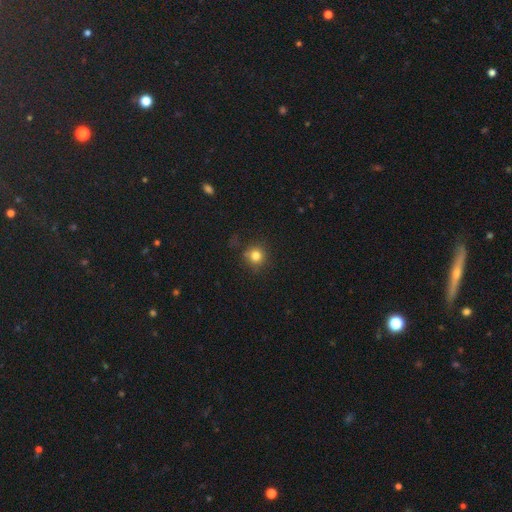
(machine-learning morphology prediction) Q: Smooth or featured?
A: smooth (80%); runner-up: star or artifact (13%)
Q: How rounded?
A: round (91%); runner-up: in between (8%)
Q: Merging?
A: none (77%); runner-up: minor disturbance (15%)